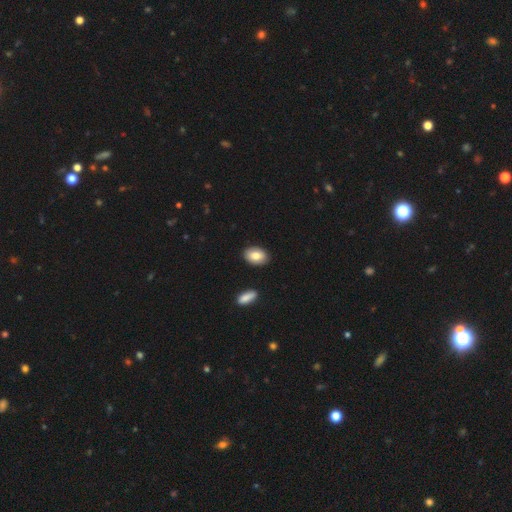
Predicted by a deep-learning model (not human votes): Overall: smooth (81%). How rounded: in between (87%). Merging: none (88%).